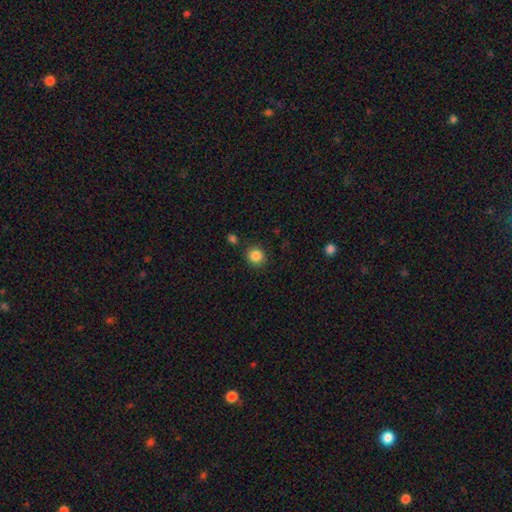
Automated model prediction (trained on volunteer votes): A smooth galaxy with no disk features (86%) that is round (88%).

Vote fractions:
- Smooth or featured? smooth: 86% / star or artifact: 10% / featured or disk: 4%
- How rounded? round: 88% / in between: 11% / cigar-shaped: 1%
- Merging? none: 86% / minor disturbance: 9% / merger: 3% / major disturbance: 3%